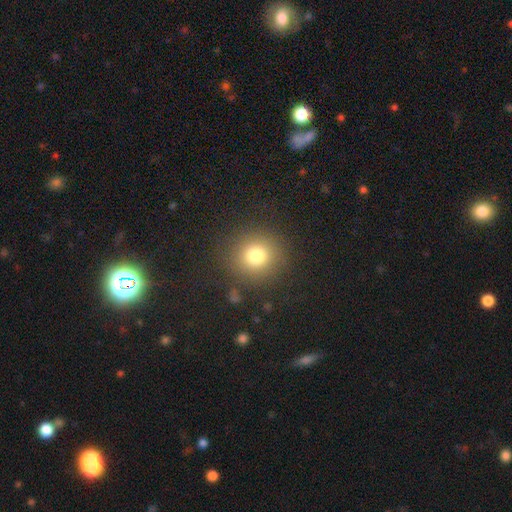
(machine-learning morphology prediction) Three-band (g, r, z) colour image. It shows a smooth galaxy with no disk features (77%) that is round (89%). Merging: none (86%).